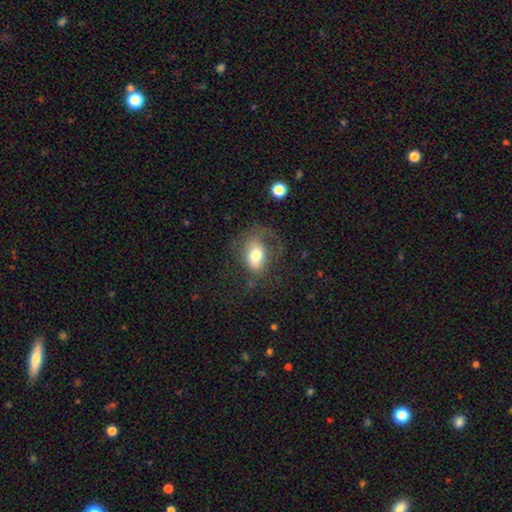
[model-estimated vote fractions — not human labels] Smooth or featured? smooth (65%)
How rounded? in between (75%)
Merging? none (46%)